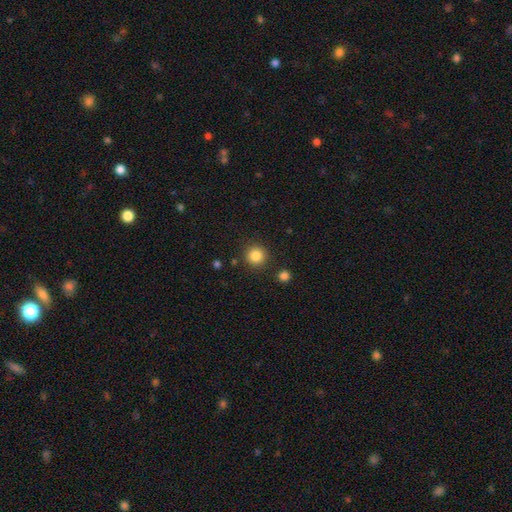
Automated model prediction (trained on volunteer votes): Smooth or featured? Predicted: smooth (p=0.85). How rounded? Predicted: round (p=0.94). Merging? Predicted: none (p=0.89).